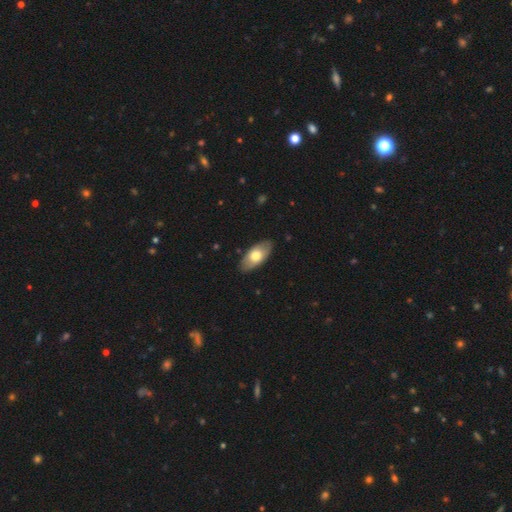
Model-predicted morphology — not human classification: Smooth or featured: smooth — 68% (featured or disk — 26%)
How rounded: in between — 92% (cigar-shaped — 6%)
Merging: none — 87% (minor disturbance — 10%)